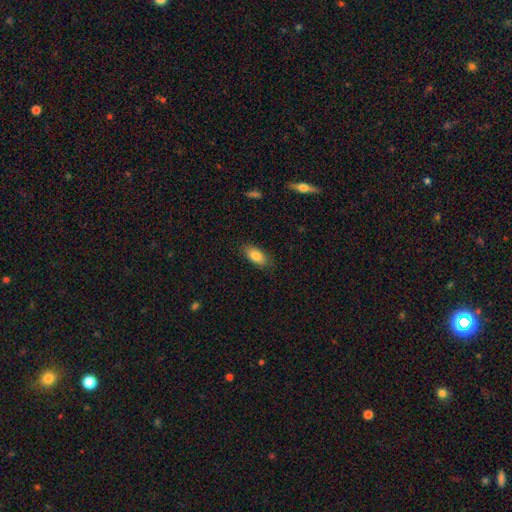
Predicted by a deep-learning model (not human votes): Morphology: type=smooth (83%); roundness=in between (88%); merging=none (84%).